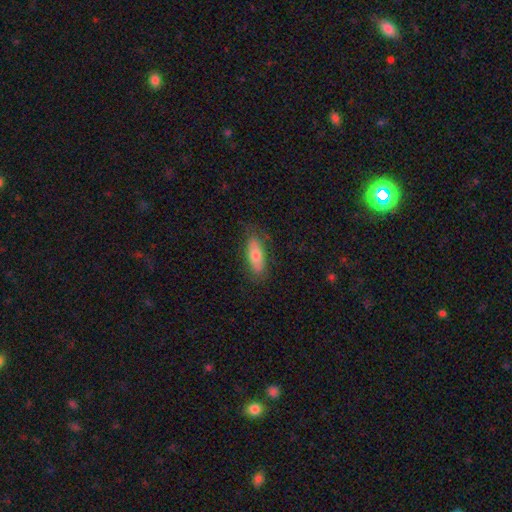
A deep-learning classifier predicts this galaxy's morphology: This is likely a smooth galaxy (69%). How rounded: likely in between (71%). Merging: likely none (77%).